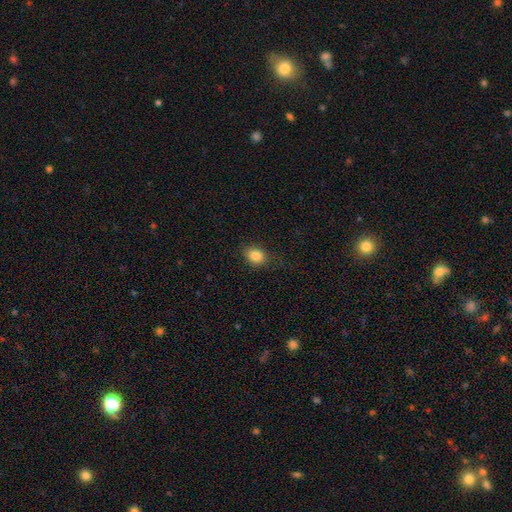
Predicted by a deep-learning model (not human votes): Overall: smooth (85%). How rounded: in between (51%; round 48%). Merging: none (81%).